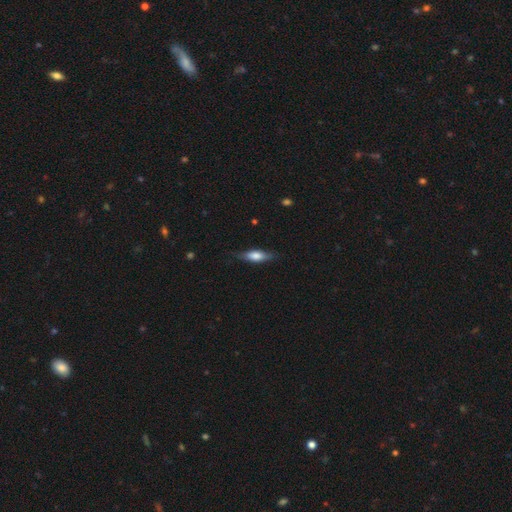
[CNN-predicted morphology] type=smooth (59%); roundness=cigar-shaped (51%); merging=none (78%).